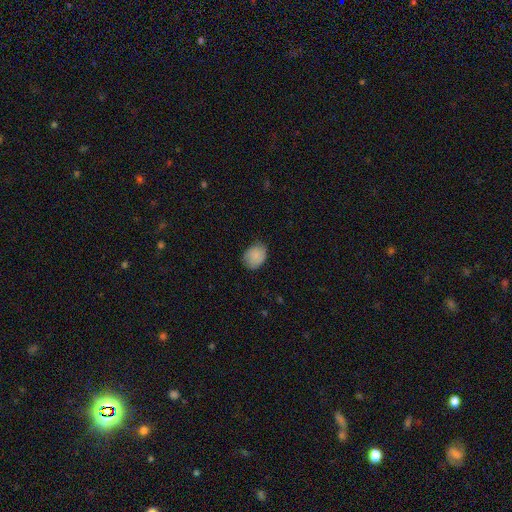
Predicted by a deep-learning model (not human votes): smooth 85%, featured or disk 8%, star or artifact 7%. Down the decision tree: how rounded — in between (58%); merging — none (68%).